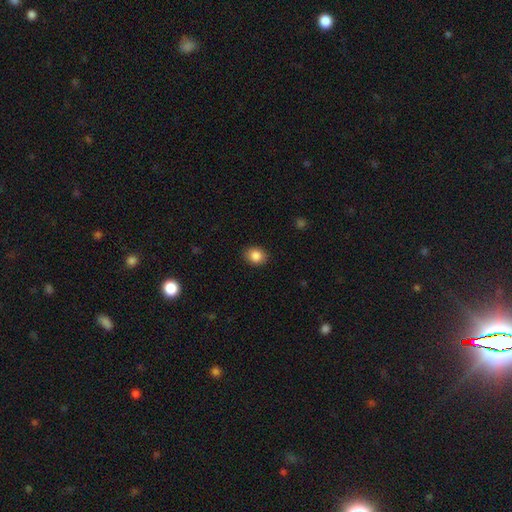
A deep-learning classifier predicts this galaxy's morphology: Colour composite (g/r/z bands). It shows a smooth galaxy with no disk features (86%) that is round (53%). Merging: none (89%).